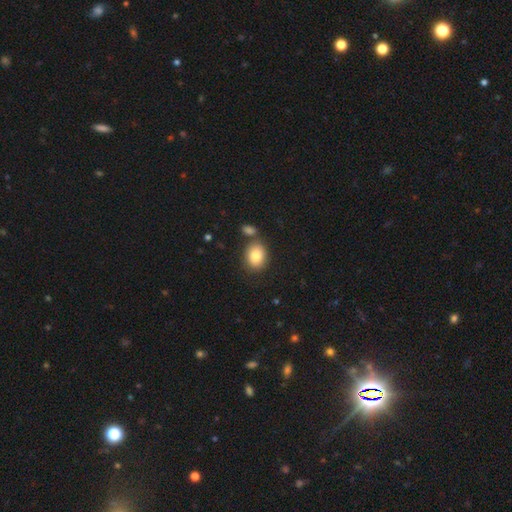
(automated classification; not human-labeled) Smooth or featured? smooth (83%)
How rounded? in between (61%)
Merging? none (70%)